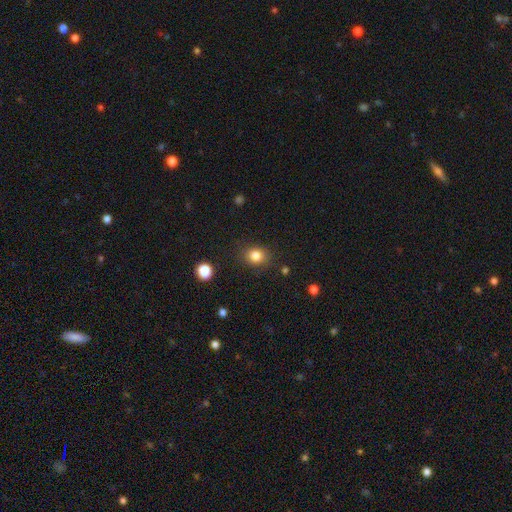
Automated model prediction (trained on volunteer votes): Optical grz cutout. It shows a smooth galaxy with no disk features (83%) that is round (69%). Merging: none (85%).